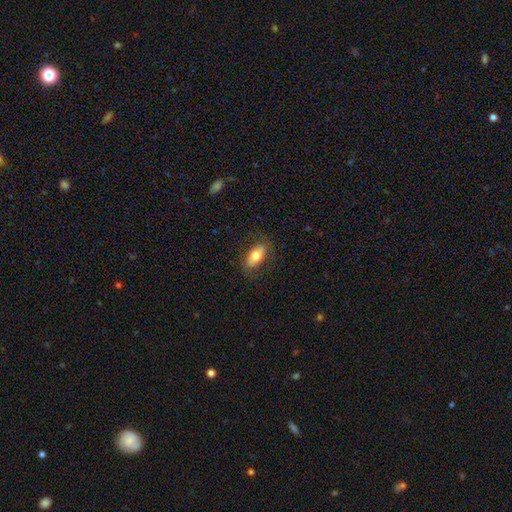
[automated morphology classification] Overall: smooth (73%). How rounded: in between (85%). Merging: none (82%).